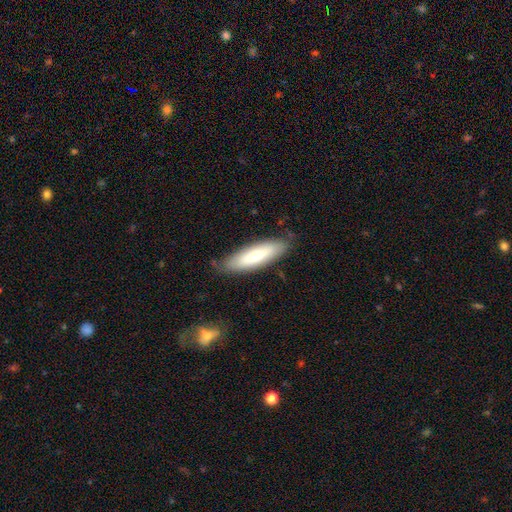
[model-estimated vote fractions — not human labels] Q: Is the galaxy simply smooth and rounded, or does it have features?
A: smooth — 58%.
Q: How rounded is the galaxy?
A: cigar-shaped — 53%.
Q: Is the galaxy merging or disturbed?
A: none — 81%.